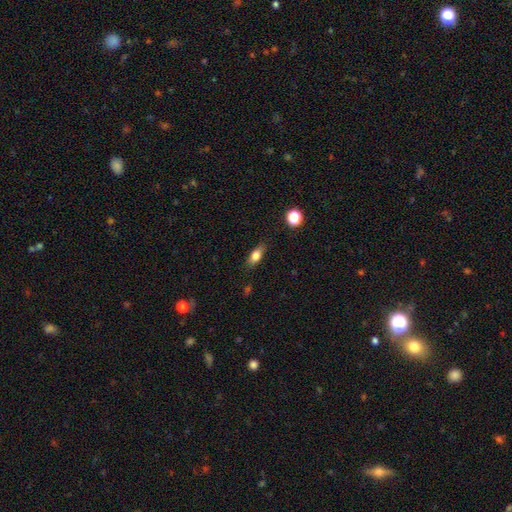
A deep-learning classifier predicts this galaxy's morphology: The model was most divided on "how rounded": in between: 73%, cigar-shaped: 18%, round: 9%. More confident: merging — none (83%); smooth or featured — smooth (76%).